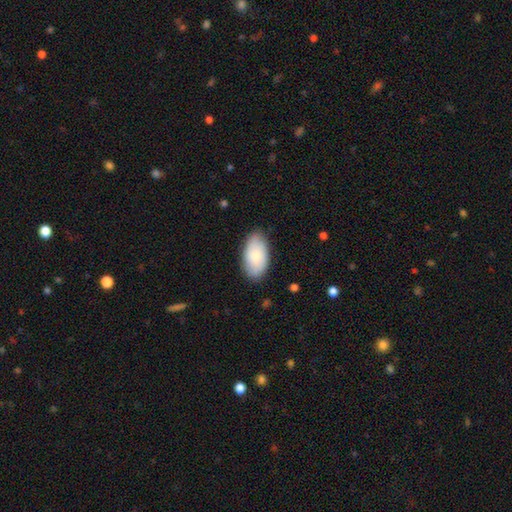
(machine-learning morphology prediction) A smooth galaxy with no disk features (78%) that is in between round and cigar-shaped (95%). Merging: none (82%).